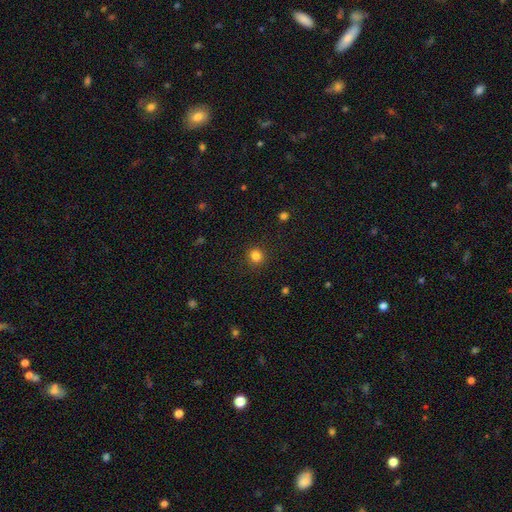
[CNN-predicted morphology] A smooth galaxy with no disk features (83%) that is round (90%).

Vote fractions:
- Smooth or featured? smooth: 83% / star or artifact: 12% / featured or disk: 4%
- How rounded? round: 90% / in between: 9% / cigar-shaped: 1%
- Merging? none: 91% / minor disturbance: 6% / major disturbance: 2% / merger: 1%